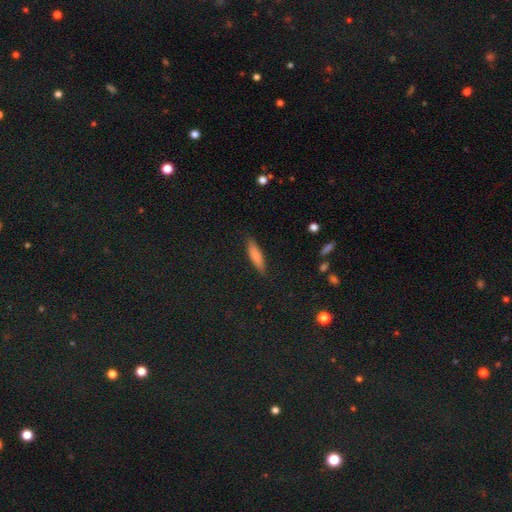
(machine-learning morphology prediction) smooth 77%, featured or disk 15%, star or artifact 8%. Down the decision tree: how rounded — cigar-shaped (66%); merging — none (84%).